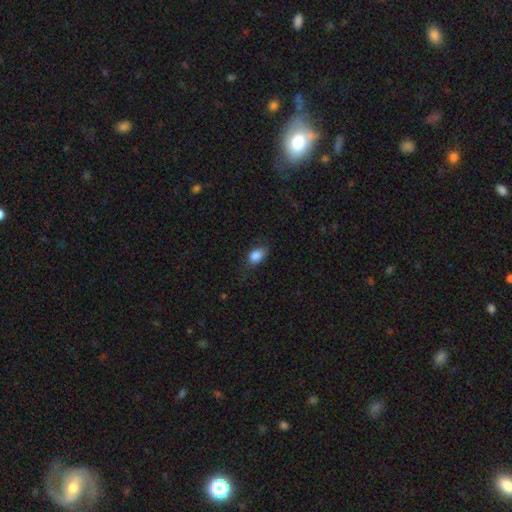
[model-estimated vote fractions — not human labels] Smooth or featured? smooth (86%)
How rounded? in between (82%)
Merging? none (67%)